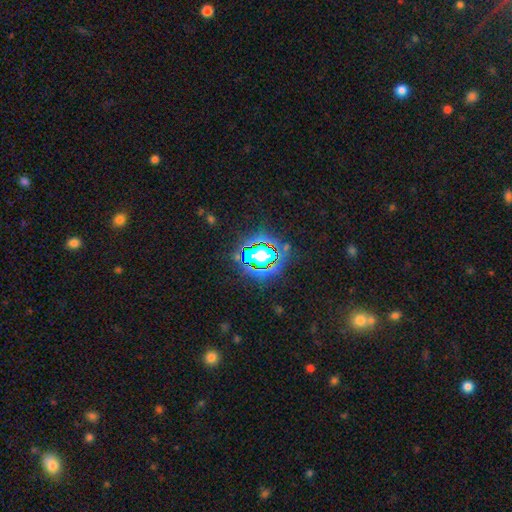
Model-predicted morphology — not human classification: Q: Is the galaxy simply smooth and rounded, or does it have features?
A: star or artifact — 77%.